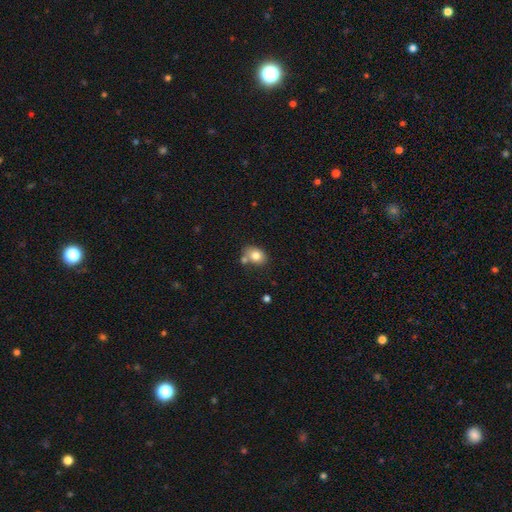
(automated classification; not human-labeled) A smooth galaxy with no disk features (79%) that is in between round and cigar-shaped (62%).

Vote fractions:
- Smooth or featured? smooth: 79% / featured or disk: 12% / star or artifact: 9%
- How rounded? in between: 62% / round: 37% / cigar-shaped: 1%
- Merging? none: 58% / merger: 22% / minor disturbance: 16% / major disturbance: 4%